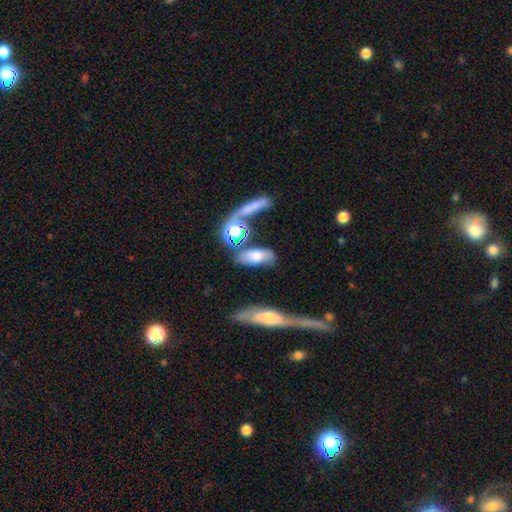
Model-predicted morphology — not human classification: Smooth or featured?
  - smooth: 66% *
  - featured or disk: 22%
  - star or artifact: 12%
How rounded?
  - in between: 75% *
  - cigar-shaped: 19%
  - round: 6%
Merging?
  - none: 62% *
  - minor disturbance: 17%
  - merger: 14%
  - major disturbance: 7%